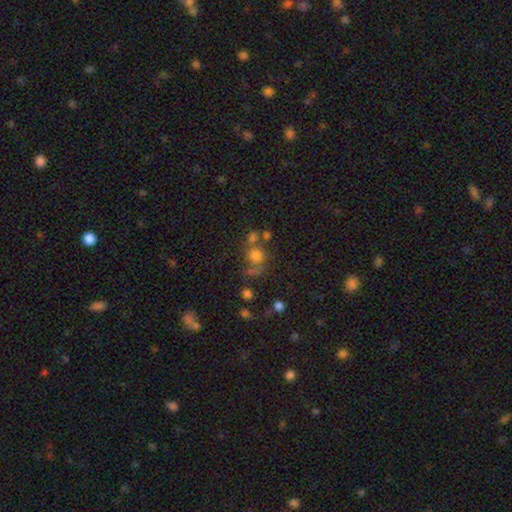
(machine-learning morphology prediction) A smooth galaxy with no disk features (65%) that is round (84%). Merging: none (50%).